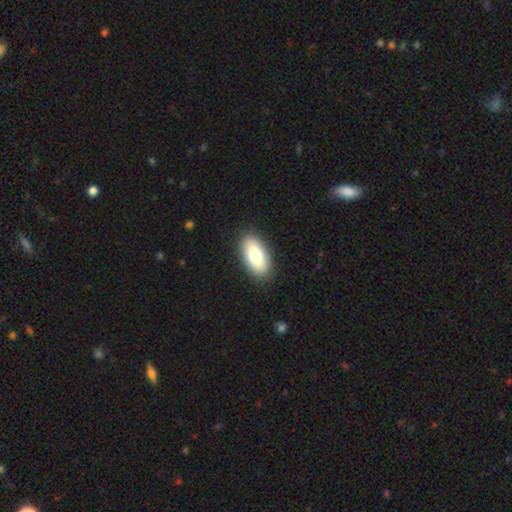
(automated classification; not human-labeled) A smooth galaxy with no disk features (76%) that is in between round and cigar-shaped (92%). Merging: none (89%).